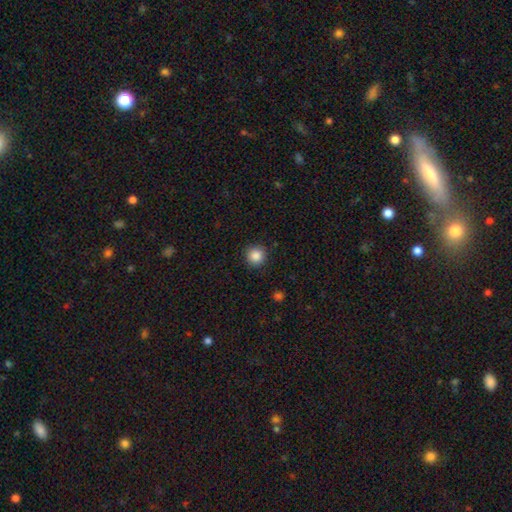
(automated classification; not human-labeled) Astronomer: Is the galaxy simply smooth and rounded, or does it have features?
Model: smooth — 87%.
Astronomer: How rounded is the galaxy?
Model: round — 94%.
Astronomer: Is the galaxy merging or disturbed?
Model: none — 91%.